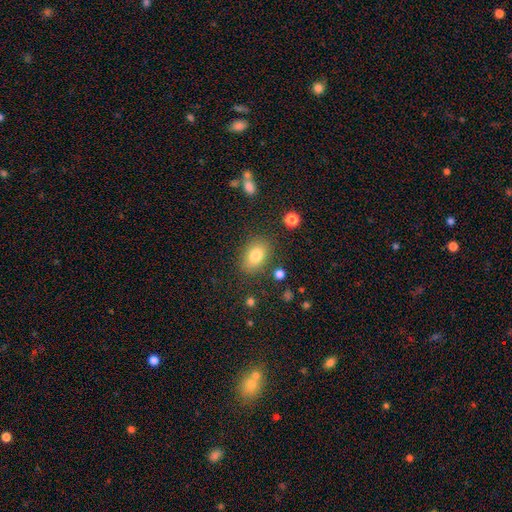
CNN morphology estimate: A smooth galaxy with no disk features (80%) that is in between round and cigar-shaped (82%).

Vote fractions:
- Smooth or featured? smooth: 80% / featured or disk: 10% / star or artifact: 9%
- How rounded? in between: 82% / round: 17% / cigar-shaped: 2%
- Merging? none: 82% / minor disturbance: 11% / major disturbance: 4% / merger: 3%